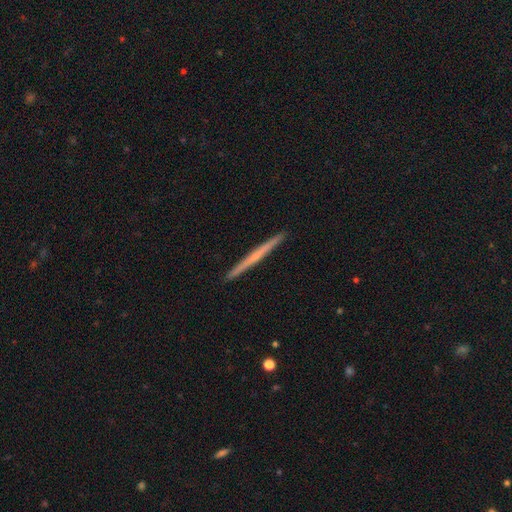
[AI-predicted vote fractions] Smooth or featured: featured or disk — 59% (smooth — 36%)
Edge-on disk: yes — 98% (no — 2%)
Edge-on bulge: none — 72% (rounded — 24%)
Merging: none — 93% (minor disturbance — 5%)